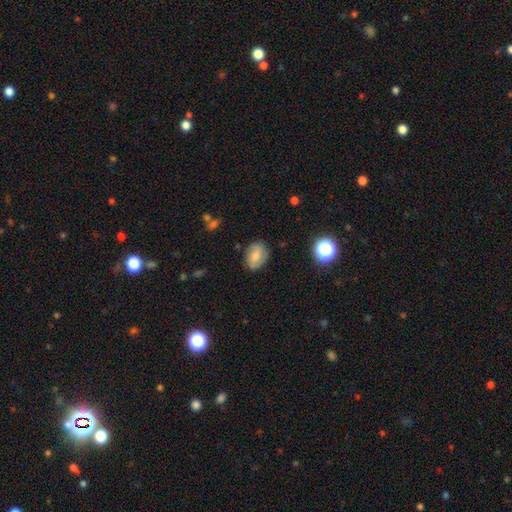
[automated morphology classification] A smooth galaxy with no disk features (66%) that is in between round and cigar-shaped (79%).

Vote fractions:
- Smooth or featured? smooth: 66% / featured or disk: 24% / star or artifact: 9%
- How rounded? in between: 79% / round: 20% / cigar-shaped: 2%
- Merging? none: 76% / minor disturbance: 18% / major disturbance: 4% / merger: 2%